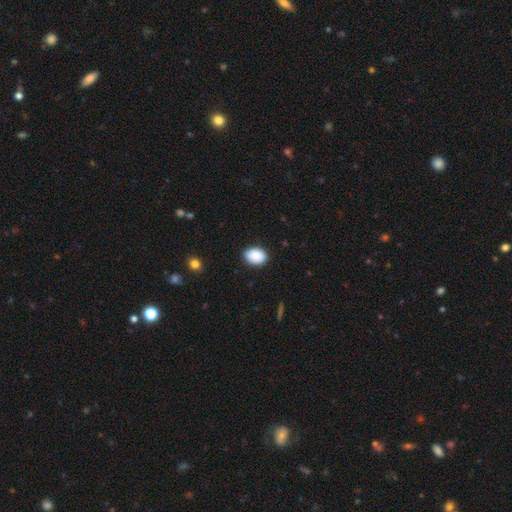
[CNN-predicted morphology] This is clearly a smooth galaxy (88%). How rounded: likely in between (77%). Merging: clearly none (85%).